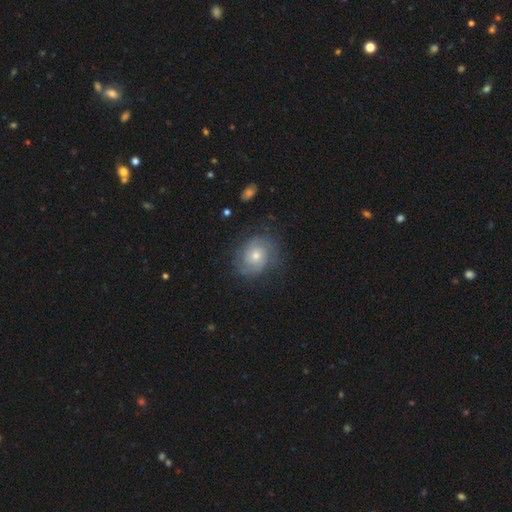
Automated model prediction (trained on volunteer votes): Smooth or featured? featured or disk (72%)
Edge-on disk? no (97%)
Bar? no (78%)
Spiral arms? yes (91%)
Spiral winding? tight (61%)
Spiral arm count? 2 (47%)
Bulge size? moderate (54%)
Merging? none (75%)